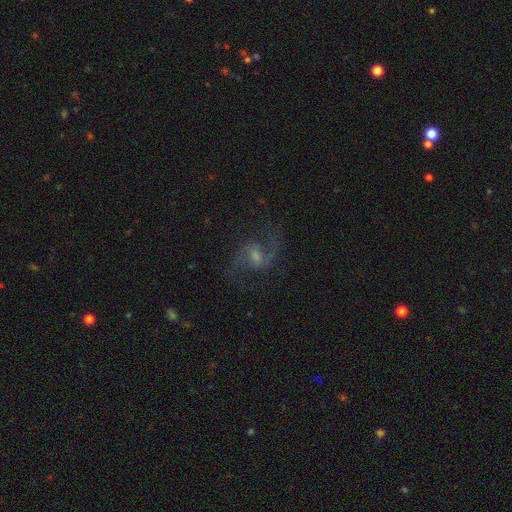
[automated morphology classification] Overall: featured or disk (84%). Edge-on disk: no (97%). Bar: weak (46%; no 43%). Spiral arms: yes (97%). Spiral arm count: 2 (92%). Spiral winding: loose (49%; medium 44%). Bulge size: small (45%; moderate 43%). Merging: none (78%).